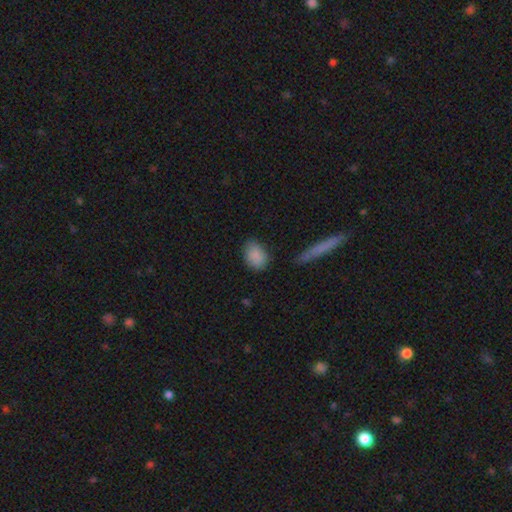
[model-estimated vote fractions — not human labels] smooth_or_featured: smooth (p=0.86) [alt: star or artifact p=0.08]
how_rounded: in between (p=0.70) [alt: round p=0.28]
merging: none (p=0.75) [alt: minor disturbance p=0.18]